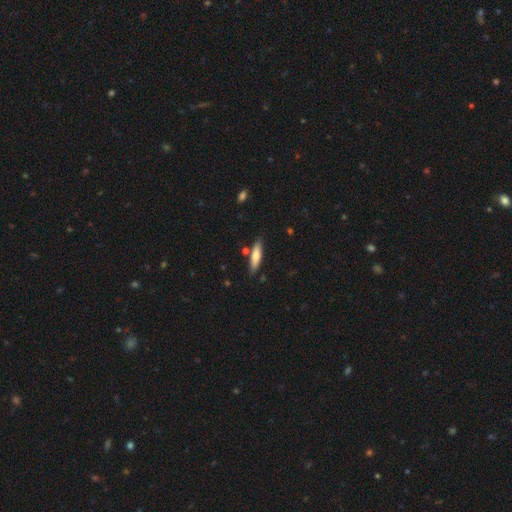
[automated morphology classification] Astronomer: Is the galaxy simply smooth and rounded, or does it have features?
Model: smooth — 67%.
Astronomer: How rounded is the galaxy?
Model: cigar-shaped — 72%.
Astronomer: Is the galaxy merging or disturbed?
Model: none — 81%.